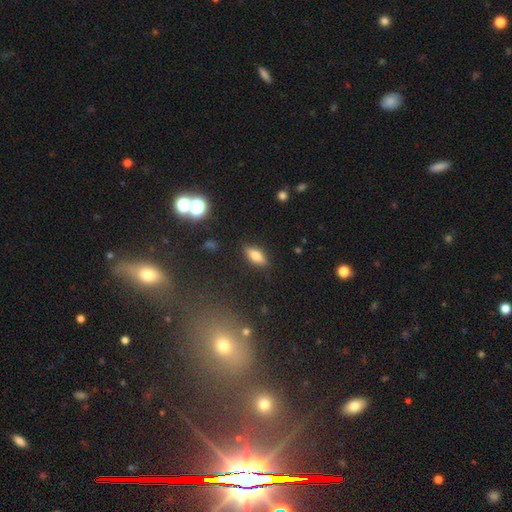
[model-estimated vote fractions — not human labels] Q: Smooth or featured?
A: smooth (71%); runner-up: featured or disk (19%)
Q: How rounded?
A: in between (76%); runner-up: cigar-shaped (20%)
Q: Merging?
A: none (86%); runner-up: minor disturbance (11%)